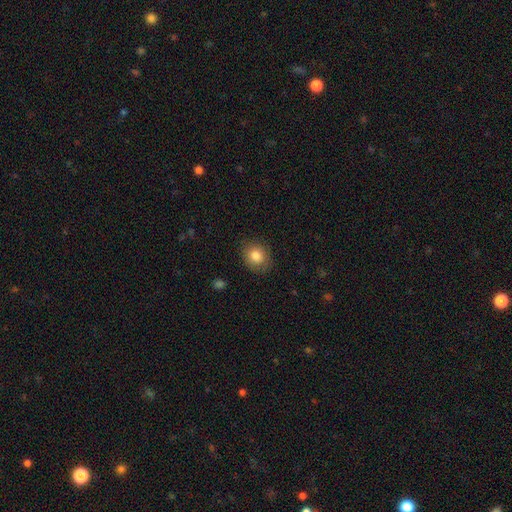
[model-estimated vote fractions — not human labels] Smooth or featured? Predicted: smooth (p=0.84). How rounded? Predicted: round (p=0.67). Merging? Predicted: none (p=0.83).